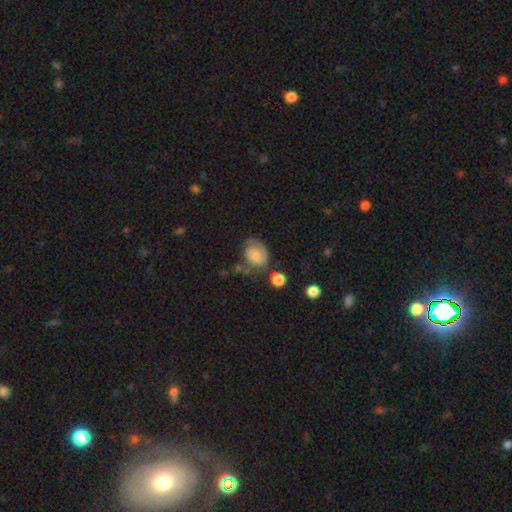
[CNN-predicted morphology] type=smooth (67%); roundness=round (51%); merging=none (43%).